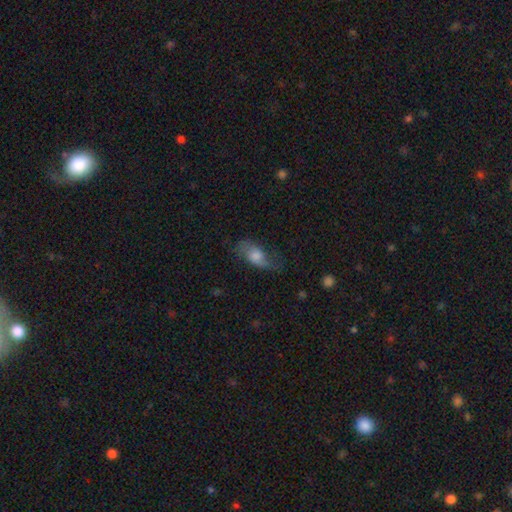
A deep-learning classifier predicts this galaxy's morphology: smooth 51%, featured or disk 40%, star or artifact 9%. Down the decision tree: how rounded — in between (80%); merging — none (60%).